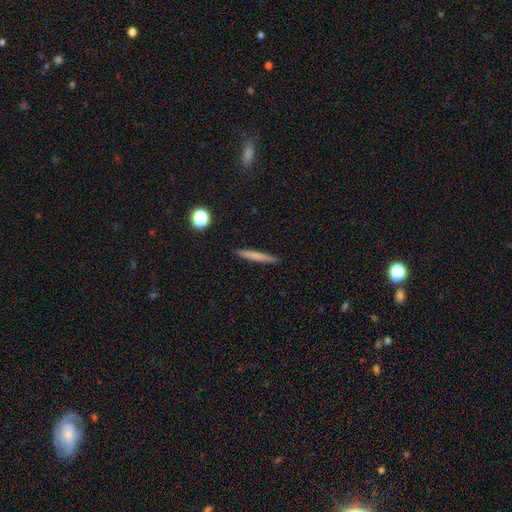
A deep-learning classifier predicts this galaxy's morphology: Smooth or featured? Predicted: smooth (p=0.71). How rounded? Predicted: cigar-shaped (p=0.95). Merging? Predicted: none (p=0.91).